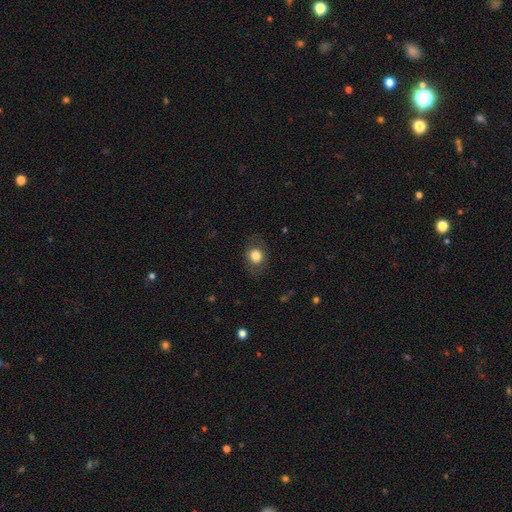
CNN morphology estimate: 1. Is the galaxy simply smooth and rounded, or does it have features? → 78% smooth, 13% featured or disk, 8% star or artifact.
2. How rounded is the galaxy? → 55% round, 44% in between, 1% cigar-shaped.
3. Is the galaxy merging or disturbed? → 79% none, 13% minor disturbance, 6% major disturbance, 1% merger.